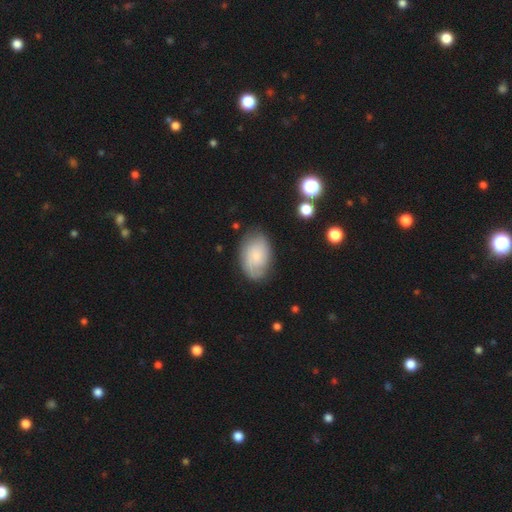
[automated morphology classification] The model was most divided on "smooth or featured": smooth: 67%, featured or disk: 25%, star or artifact: 7%. More confident: how rounded — in between (89%); merging — none (74%).